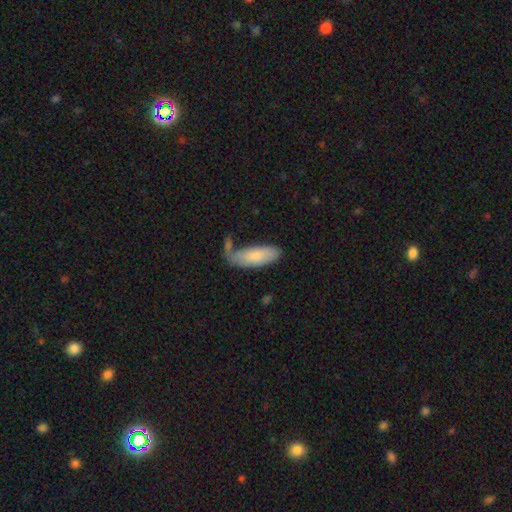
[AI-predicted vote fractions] This appears to be a smooth galaxy with no disk features (79%) that is in between round and cigar-shaped (74%). Merging: none (49%).